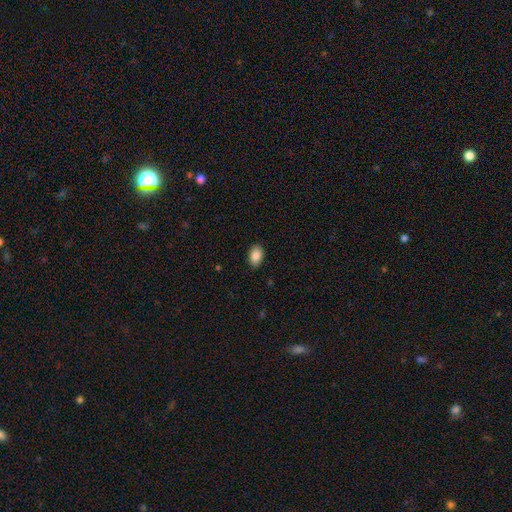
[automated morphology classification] Smooth or featured?
  - smooth: 87% *
  - star or artifact: 7%
  - featured or disk: 5%
How rounded?
  - in between: 89% *
  - round: 10%
  - cigar-shaped: 1%
Merging?
  - none: 88% *
  - minor disturbance: 9%
  - major disturbance: 2%
  - merger: 1%